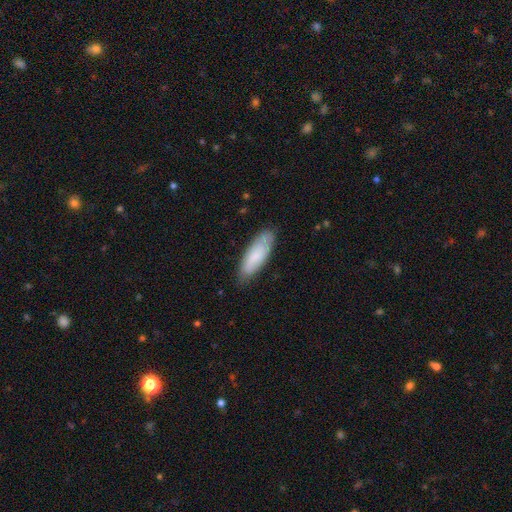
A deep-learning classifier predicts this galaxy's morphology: Overall: smooth (73%). How rounded: in between (61%; cigar-shaped 37%). Merging: none (79%).